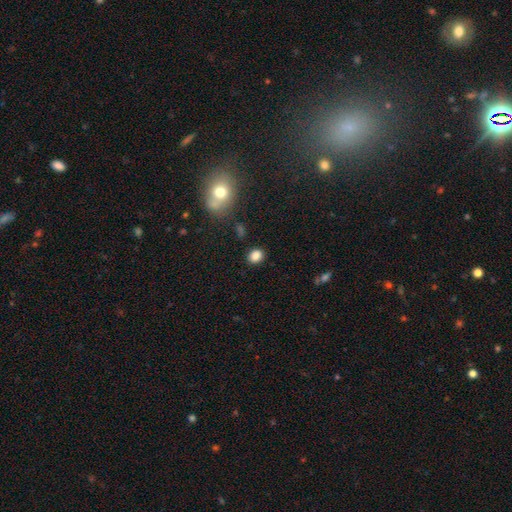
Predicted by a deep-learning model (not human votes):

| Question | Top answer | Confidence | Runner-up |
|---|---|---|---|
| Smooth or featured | smooth | 85% | star or artifact (11%) |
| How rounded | round | 52% | in between (46%) |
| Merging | none | 85% | minor disturbance (9%) |